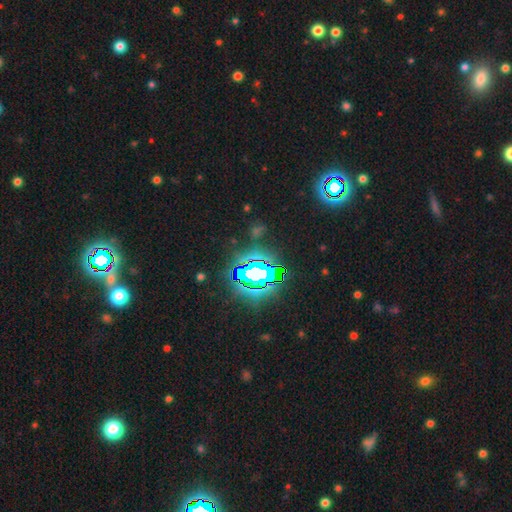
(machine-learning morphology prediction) Smooth or featured: star or artifact — 84% (smooth — 9%)